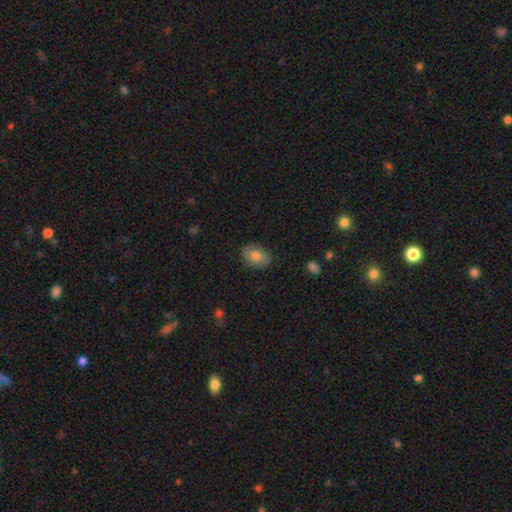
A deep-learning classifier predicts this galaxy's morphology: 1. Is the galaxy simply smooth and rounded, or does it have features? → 61% smooth, 30% featured or disk, 9% star or artifact.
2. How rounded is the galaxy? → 69% in between, 30% round, 1% cigar-shaped.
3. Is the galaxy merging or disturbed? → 79% none, 16% minor disturbance, 4% major disturbance, 1% merger.